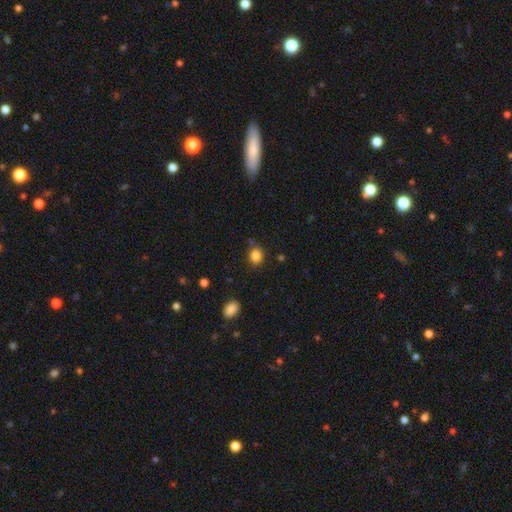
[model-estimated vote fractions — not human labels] A smooth galaxy with no disk features (84%) that is round (63%).

Vote fractions:
- Smooth or featured? smooth: 84% / star or artifact: 11% / featured or disk: 5%
- How rounded? round: 63% / in between: 36% / cigar-shaped: 1%
- Merging? none: 78% / minor disturbance: 14% / merger: 4% / major disturbance: 3%